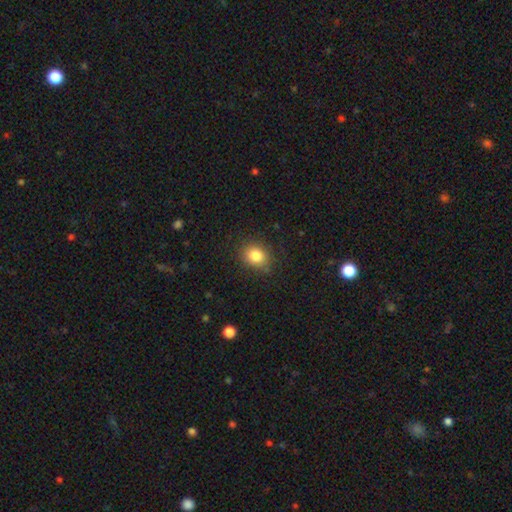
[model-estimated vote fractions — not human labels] The model was most divided on "how rounded": round: 62%, in between: 37%, cigar-shaped: 1%. More confident: merging — none (84%); smooth or featured — smooth (83%).